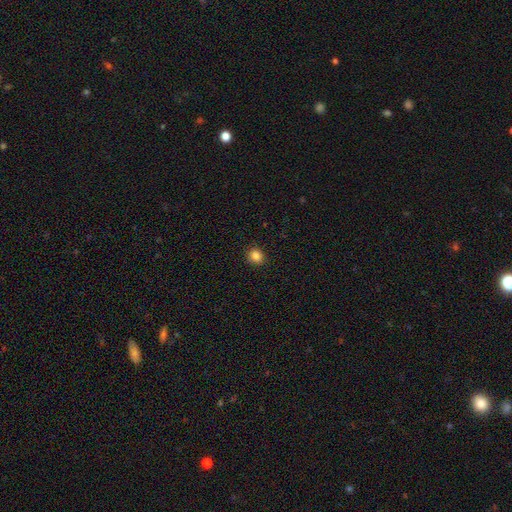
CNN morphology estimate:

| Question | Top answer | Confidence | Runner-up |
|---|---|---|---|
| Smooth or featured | smooth | 85% | star or artifact (11%) |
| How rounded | round | 76% | in between (23%) |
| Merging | none | 90% | minor disturbance (7%) |